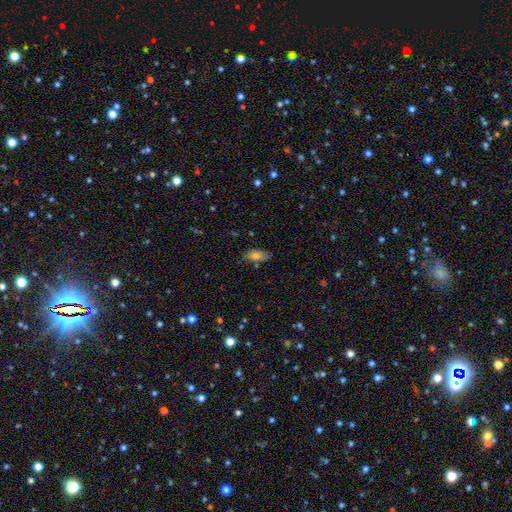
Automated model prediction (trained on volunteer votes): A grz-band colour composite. It shows a smooth galaxy with no disk features (73%) that is in between round and cigar-shaped (84%). Merging: none (71%).